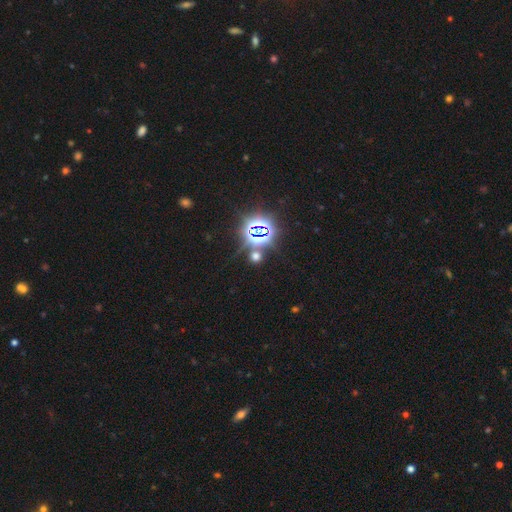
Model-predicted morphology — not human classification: A star or artifact, not a galaxy (55%).

Vote fractions:
- Smooth or featured? star or artifact: 55% / smooth: 38% / featured or disk: 7%